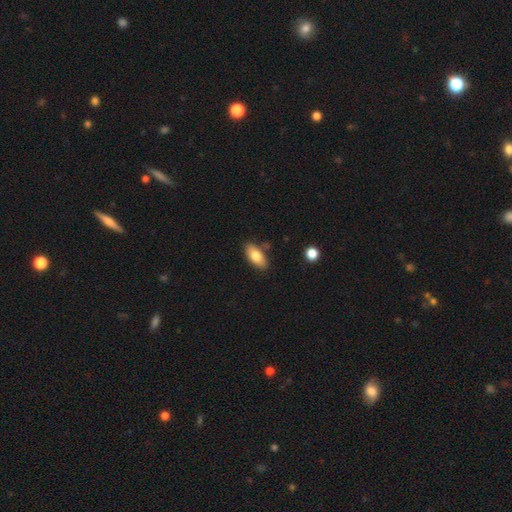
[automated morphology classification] A smooth galaxy with no disk features (79%) that is in between round and cigar-shaped (88%).

Vote fractions:
- Smooth or featured? smooth: 79% / featured or disk: 14% / star or artifact: 7%
- How rounded? in between: 88% / cigar-shaped: 9% / round: 3%
- Merging? none: 82% / minor disturbance: 11% / merger: 4% / major disturbance: 2%